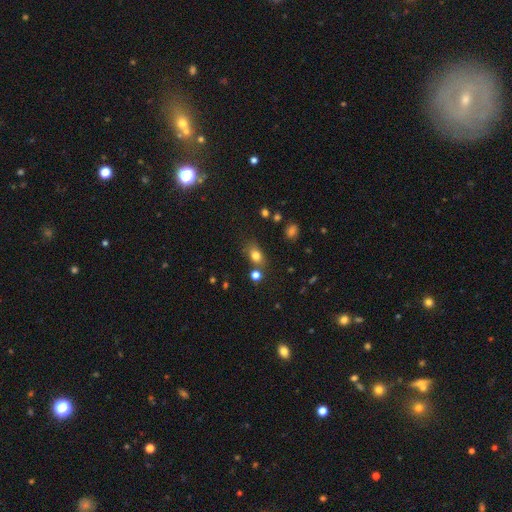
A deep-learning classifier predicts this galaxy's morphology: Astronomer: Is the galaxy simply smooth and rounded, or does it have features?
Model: smooth — 78%.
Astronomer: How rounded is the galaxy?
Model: in between — 68%.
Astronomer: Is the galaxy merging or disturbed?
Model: none — 66%.